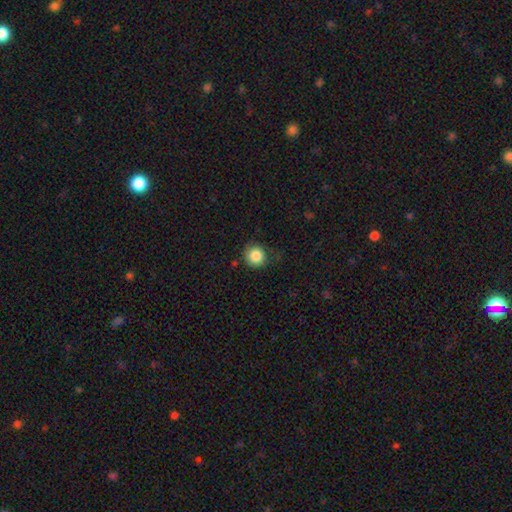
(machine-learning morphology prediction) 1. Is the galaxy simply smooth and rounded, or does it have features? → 85% smooth, 9% star or artifact, 6% featured or disk.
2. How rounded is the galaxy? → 91% round, 8% in between, 1% cigar-shaped.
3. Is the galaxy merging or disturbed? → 71% none, 21% minor disturbance, 7% major disturbance, 2% merger.